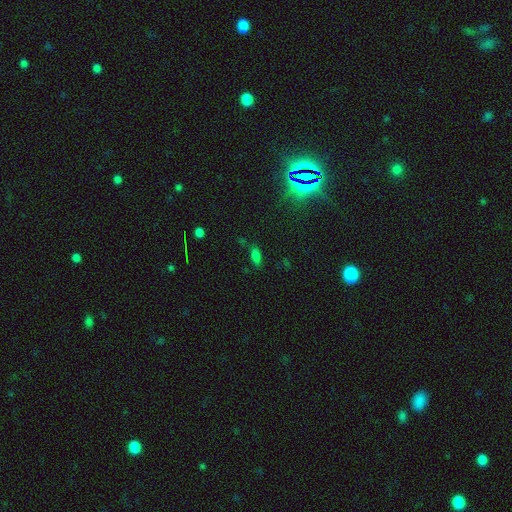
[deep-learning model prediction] smooth-or-featured: smooth: 70% | star or artifact: 22% | featured or disk: 8%
  how-rounded: in between: 80% | cigar-shaped: 15% | round: 4%
  merging: none: 71% | minor disturbance: 17% | merger: 6% | major disturbance: 6%